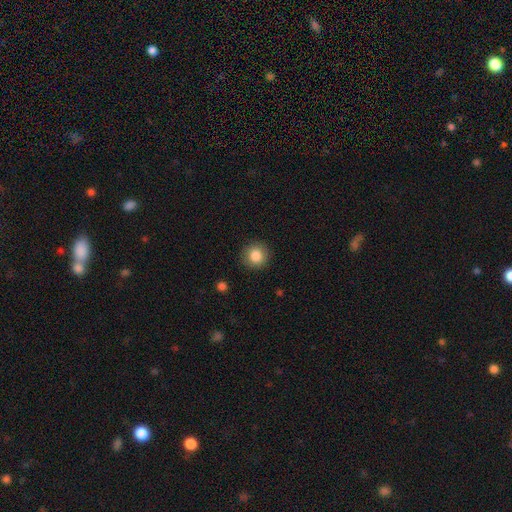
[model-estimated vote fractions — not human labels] Smooth or featured? Predicted: smooth (p=0.85). How rounded? Predicted: round (p=0.93). Merging? Predicted: none (p=0.90).